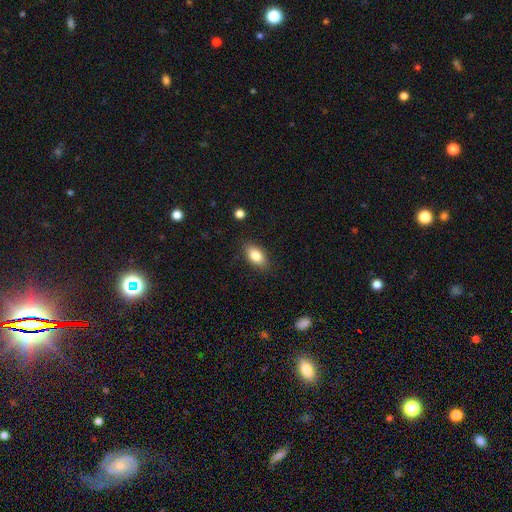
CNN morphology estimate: type=smooth (83%); roundness=in between (89%); merging=none (85%).